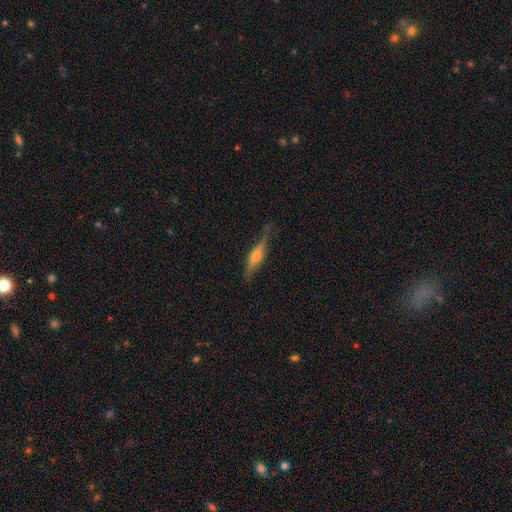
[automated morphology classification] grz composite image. It shows a featured or disk galaxy (62%) viewed edge-on (93%) with a rounded central bulge (85%). Merging: none (76%).